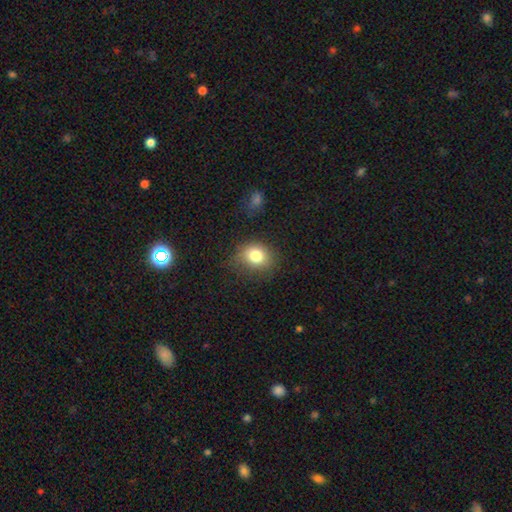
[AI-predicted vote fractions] smooth_or_featured: smooth (p=0.79) [alt: star or artifact p=0.11]
how_rounded: round (p=0.64) [alt: in between p=0.35]
merging: none (p=0.67) [alt: minor disturbance p=0.23]